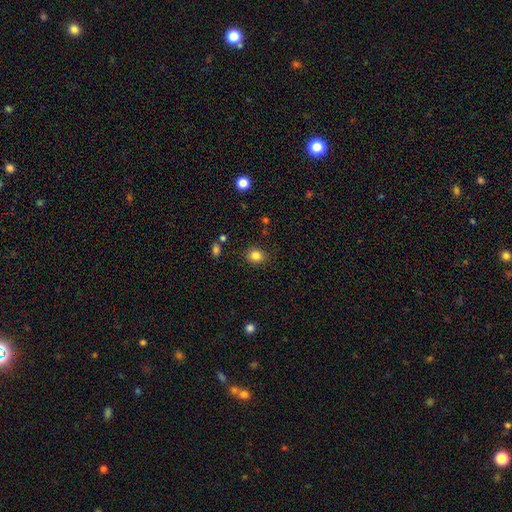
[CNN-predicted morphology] Smooth or featured? Predicted: smooth (p=0.84). How rounded? Predicted: round (p=0.67). Merging? Predicted: none (p=0.86).